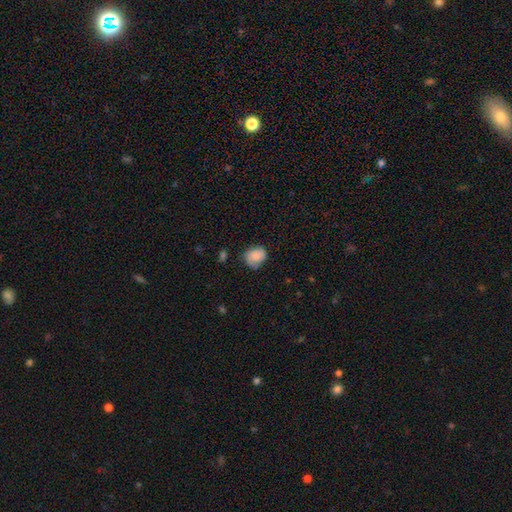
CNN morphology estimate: The model was most divided on "how rounded": round: 62%, in between: 37%, cigar-shaped: 1%. More confident: smooth or featured — smooth (74%); merging — none (59%).